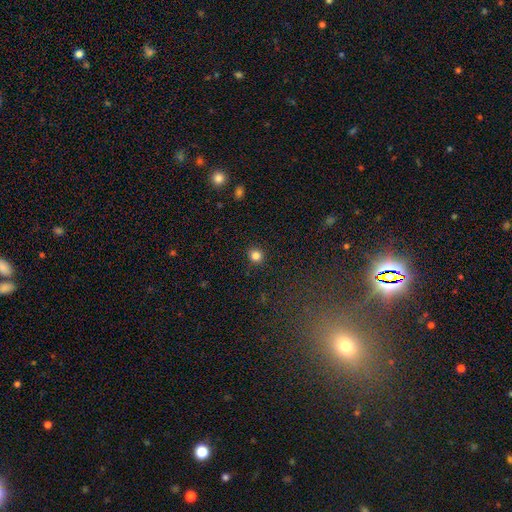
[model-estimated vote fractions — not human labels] Smooth or featured?
  - smooth: 83% *
  - star or artifact: 12%
  - featured or disk: 4%
How rounded?
  - round: 91% *
  - in between: 8%
  - cigar-shaped: 1%
Merging?
  - none: 92% *
  - minor disturbance: 5%
  - major disturbance: 2%
  - merger: 1%